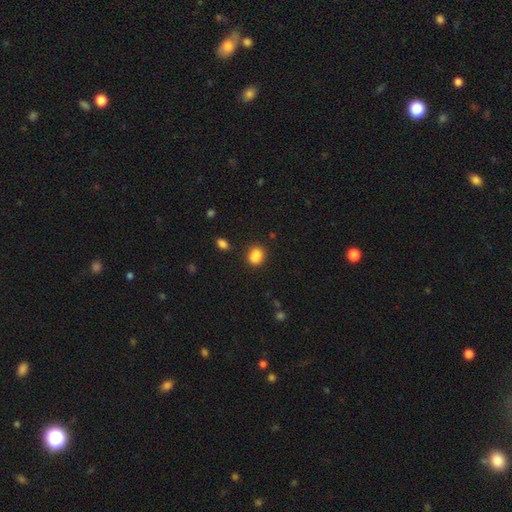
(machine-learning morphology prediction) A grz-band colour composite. It shows a smooth galaxy with no disk features (85%) that is in between round and cigar-shaped (51%). Merging: none (71%).